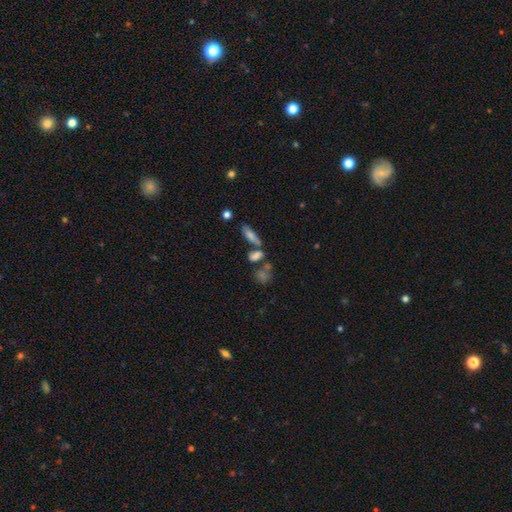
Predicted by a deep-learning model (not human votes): A smooth galaxy with no disk features (70%) that is in between round and cigar-shaped (60%).

Vote fractions:
- Smooth or featured? smooth: 70% / featured or disk: 17% / star or artifact: 14%
- How rounded? in between: 60% / cigar-shaped: 25% / round: 15%
- Merging? none: 44% / merger: 34% / minor disturbance: 13% / major disturbance: 8%